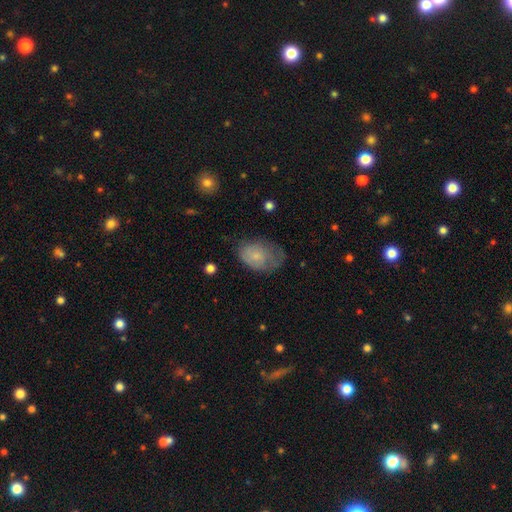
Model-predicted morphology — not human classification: type=smooth (66%); roundness=in between (79%); merging=none (41%).